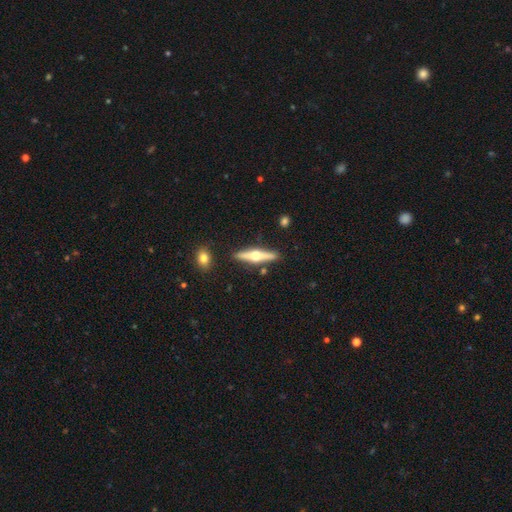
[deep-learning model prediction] A featured or disk galaxy (68%) viewed edge-on (96%) with a rounded central bulge (96%). Merging: none (88%).